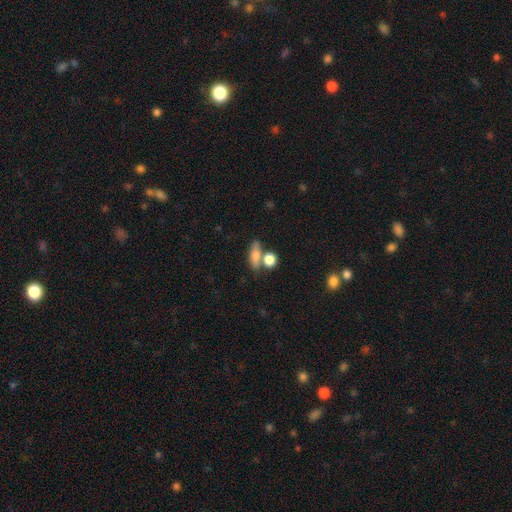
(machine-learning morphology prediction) type=smooth (72%); roundness=in between (53%); merging=none (52%).